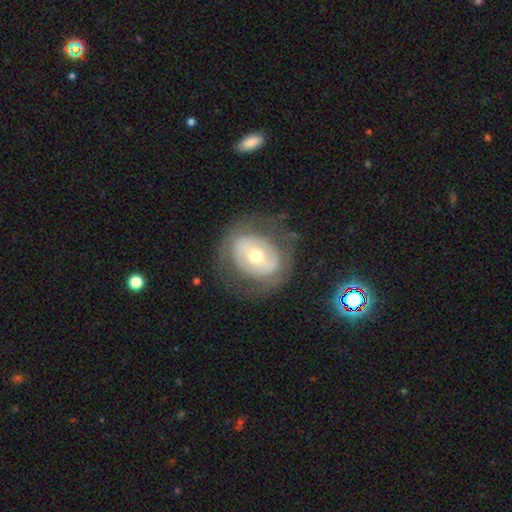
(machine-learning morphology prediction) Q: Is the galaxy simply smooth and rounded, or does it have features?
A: featured or disk — 59%.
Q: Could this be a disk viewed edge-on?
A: no — 95%.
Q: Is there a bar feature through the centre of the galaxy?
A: no — 56%.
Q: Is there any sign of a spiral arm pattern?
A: no — 69%.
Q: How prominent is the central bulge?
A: moderate — 58%.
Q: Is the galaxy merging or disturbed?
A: none — 72%.